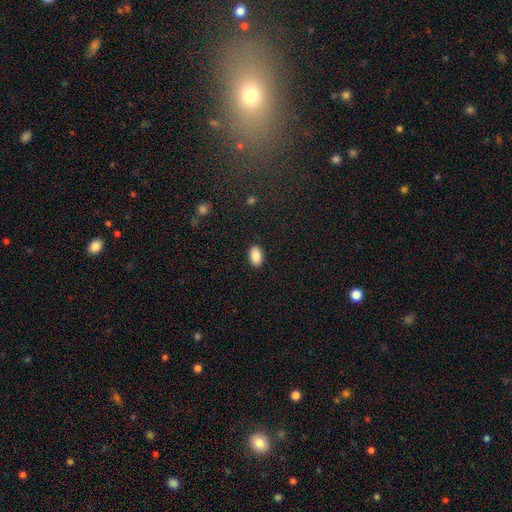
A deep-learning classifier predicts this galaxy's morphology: The model was most divided on "smooth or featured": smooth: 89%, star or artifact: 7%, featured or disk: 4%. More confident: how rounded — in between (92%); merging — none (89%).